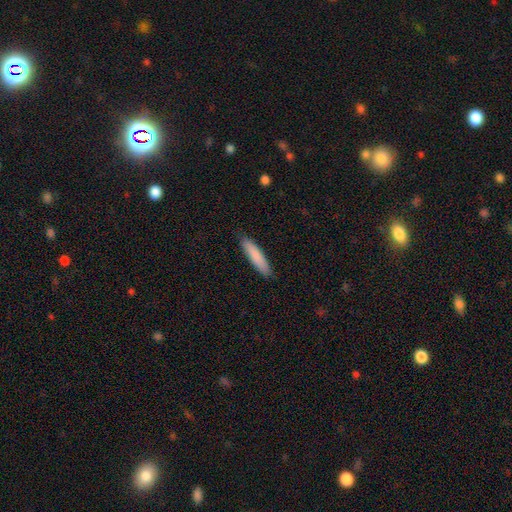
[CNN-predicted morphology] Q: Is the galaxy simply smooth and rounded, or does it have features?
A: smooth — 85%.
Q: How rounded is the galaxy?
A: cigar-shaped — 84%.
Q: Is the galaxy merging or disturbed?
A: none — 89%.